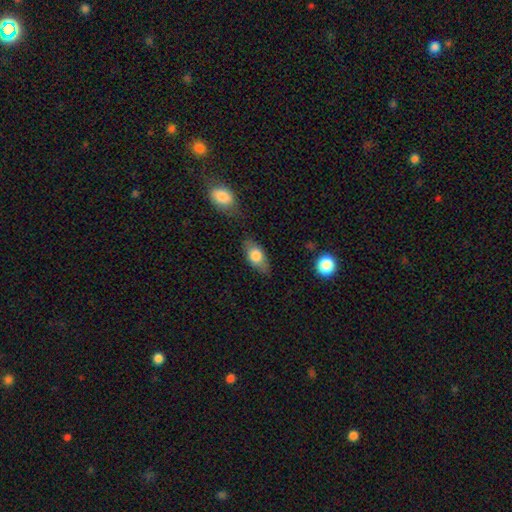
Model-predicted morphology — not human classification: Smooth or featured? smooth (73%)
How rounded? in between (84%)
Merging? none (72%)